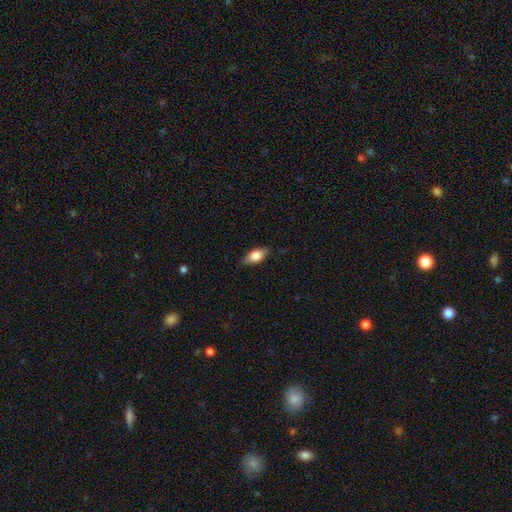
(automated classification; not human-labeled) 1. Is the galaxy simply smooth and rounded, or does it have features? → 73% smooth, 20% featured or disk, 7% star or artifact.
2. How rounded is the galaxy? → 86% in between, 8% cigar-shaped, 7% round.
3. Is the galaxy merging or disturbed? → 80% none, 16% minor disturbance, 3% major disturbance, 1% merger.